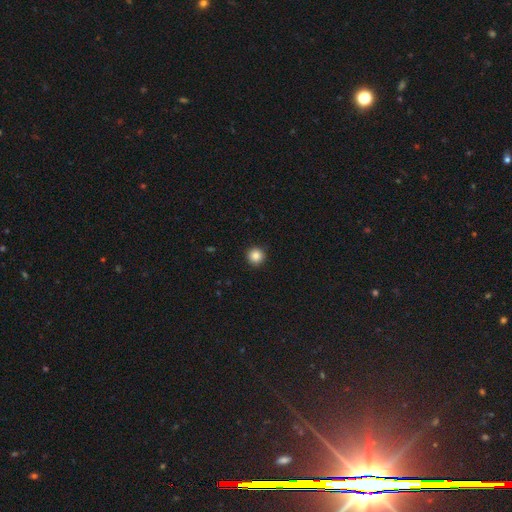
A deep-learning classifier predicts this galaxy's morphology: type=smooth (86%); roundness=round (96%); merging=none (93%).